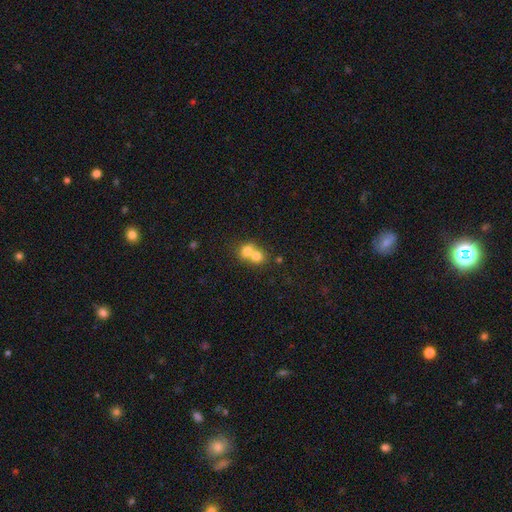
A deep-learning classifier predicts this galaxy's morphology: A smooth galaxy with no disk features (74%) that is round (67%).

Vote fractions:
- Smooth or featured? smooth: 74% / featured or disk: 16% / star or artifact: 10%
- How rounded? round: 67% / in between: 32% / cigar-shaped: 1%
- Merging? merger: 71% / none: 23% / minor disturbance: 4% / major disturbance: 2%